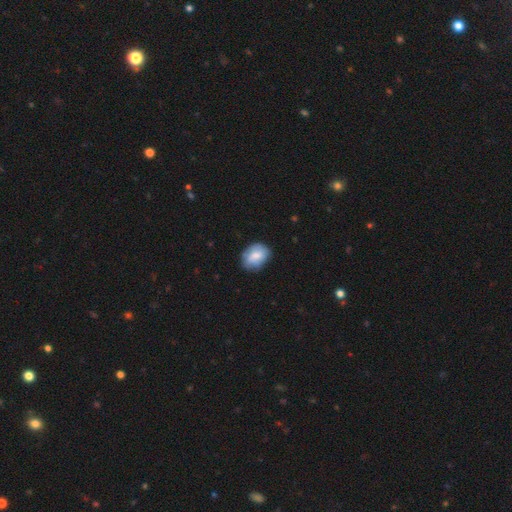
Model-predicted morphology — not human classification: This appears to be a smooth galaxy with no disk features (74%) that is in between round and cigar-shaped (65%). Merging: none (72%).